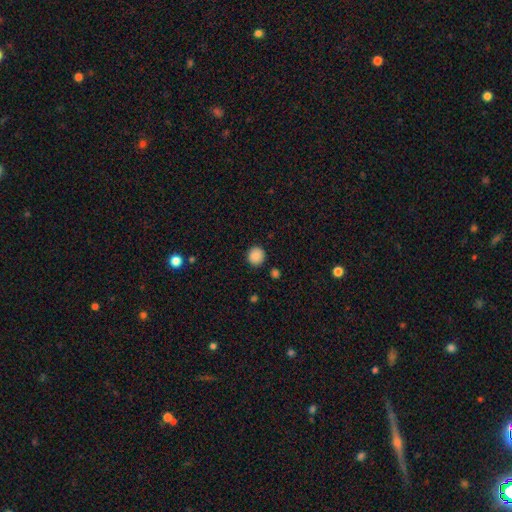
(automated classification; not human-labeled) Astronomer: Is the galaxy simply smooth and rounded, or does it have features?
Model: smooth — 88%.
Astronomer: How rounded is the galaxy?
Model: round — 90%.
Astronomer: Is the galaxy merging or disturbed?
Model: none — 89%.